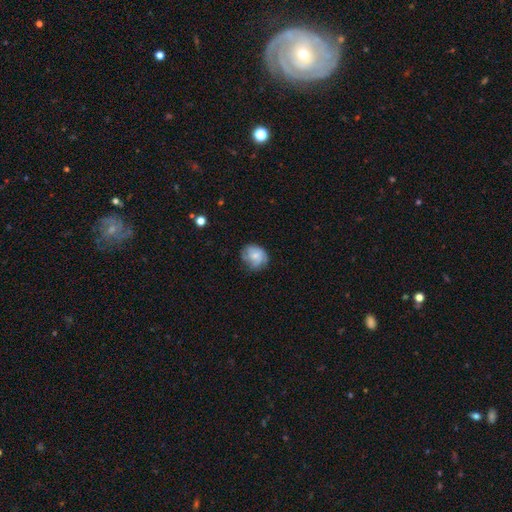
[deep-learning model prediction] smooth_or_featured: smooth (p=0.60) [alt: featured or disk p=0.32]
how_rounded: round (p=0.65) [alt: in between p=0.34]
merging: none (p=0.64) [alt: minor disturbance p=0.26]